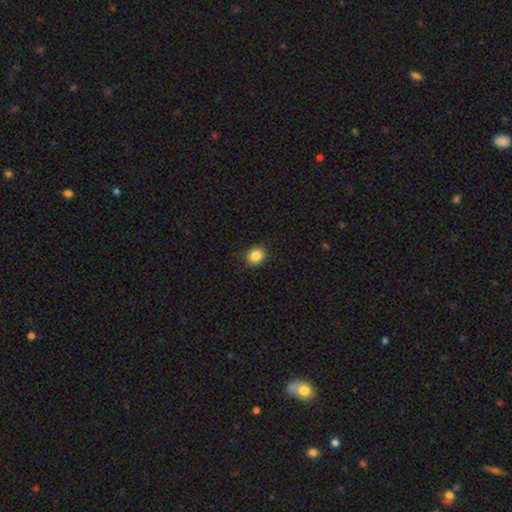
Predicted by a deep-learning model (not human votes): smooth 85%, star or artifact 10%, featured or disk 5%. Down the decision tree: how rounded — round (74%); merging — none (88%).